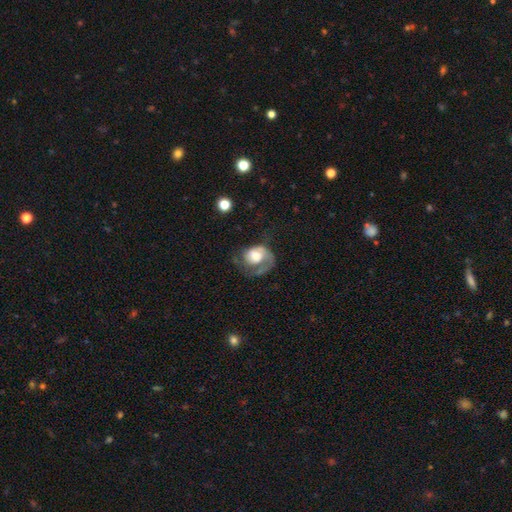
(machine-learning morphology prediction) This is likely a featured or disk galaxy (60%). It is clearly not viewed edge-on (97%). Bar: likely no (74%). Spiral arm pattern: clearly yes (85%). Central bulge: marginally large (41%). Merging: marginally major disturbance (42%).